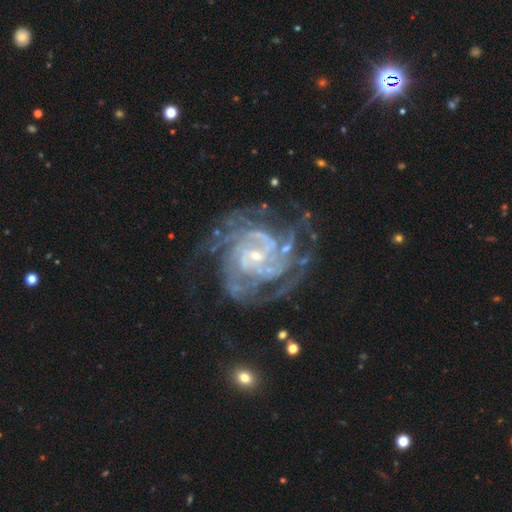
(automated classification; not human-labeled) smooth_or_featured: featured or disk (p=0.91) [alt: star or artifact p=0.06]
disk_edge_on: no (p=0.98) [alt: yes p=0.02]
bar: no (p=0.52) [alt: weak p=0.35]
has_spiral_arms: yes (p=0.98) [alt: no p=0.02]
spiral_winding: tight (p=0.61) [alt: medium p=0.33]
spiral_arm_count: 4 (p=0.22) [alt: 3 p=0.21]
bulge_size: small (p=0.79) [alt: moderate p=0.15]
merging: none (p=0.65) [alt: minor disturbance p=0.18]